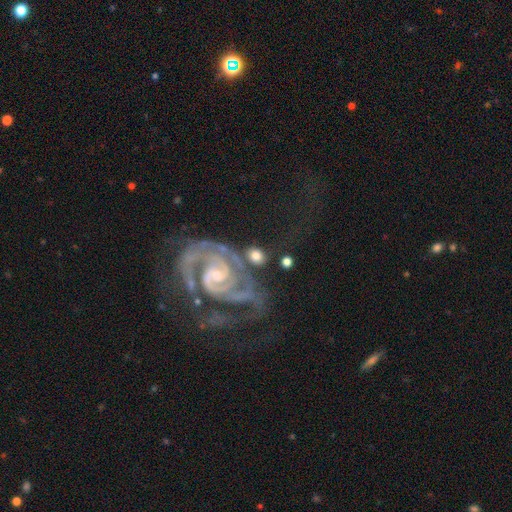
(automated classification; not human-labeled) A featured or disk galaxy (47%).

Vote fractions:
- Smooth or featured? featured or disk: 47% / smooth: 46% / star or artifact: 8%
- Merging? none: 61% / minor disturbance: 16% / merger: 15% / major disturbance: 9%